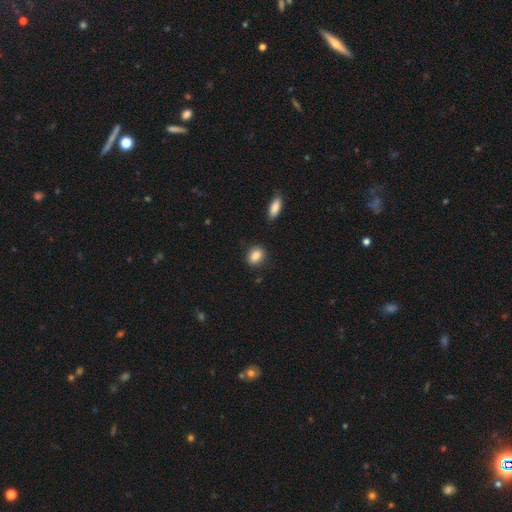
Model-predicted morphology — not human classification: smooth_or_featured: smooth (p=0.87) [alt: star or artifact p=0.08]
how_rounded: in between (p=0.55) [alt: round p=0.44]
merging: none (p=0.86) [alt: minor disturbance p=0.09]